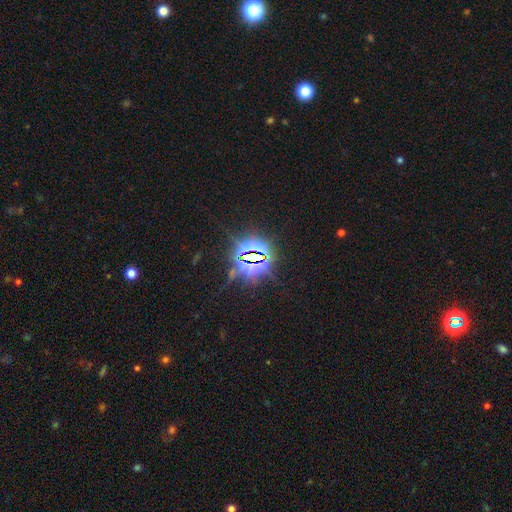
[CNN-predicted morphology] Overall: star or artifact (83%).